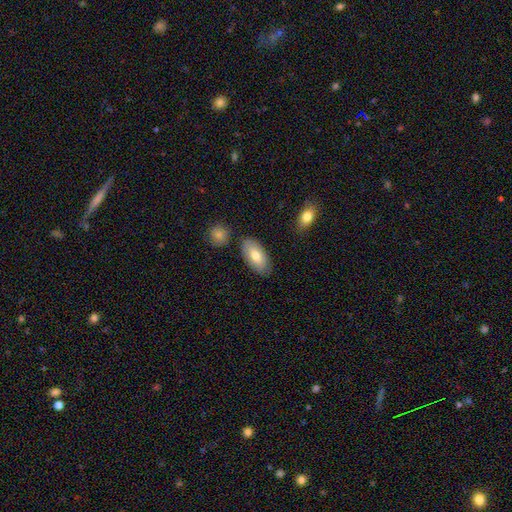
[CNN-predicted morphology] smooth-or-featured: smooth: 72% | featured or disk: 22% | star or artifact: 6%
  how-rounded: in between: 93% | cigar-shaped: 4% | round: 3%
  merging: none: 81% | minor disturbance: 12% | merger: 4% | major disturbance: 3%